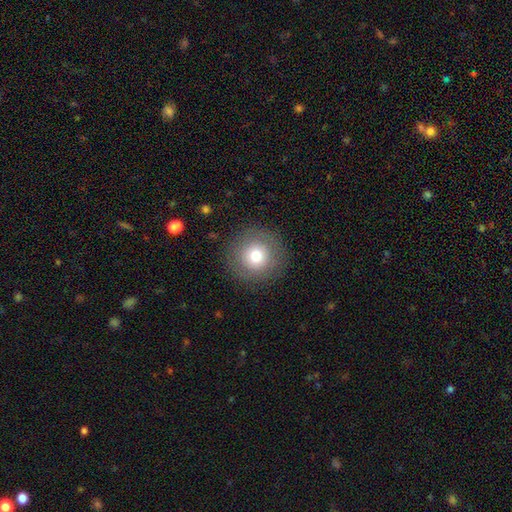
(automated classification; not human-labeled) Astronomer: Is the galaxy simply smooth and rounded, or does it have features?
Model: smooth — 73%.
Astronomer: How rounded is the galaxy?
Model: round — 95%.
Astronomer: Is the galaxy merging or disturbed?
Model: none — 88%.